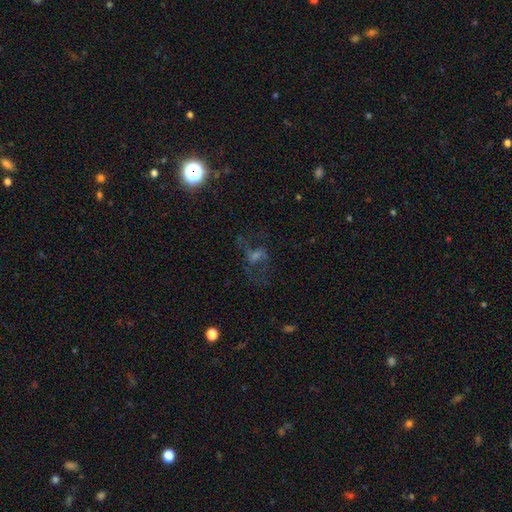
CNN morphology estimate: Q: Smooth or featured?
A: featured or disk (47%); runner-up: star or artifact (30%)
Q: Merging?
A: none (52%); runner-up: major disturbance (30%)